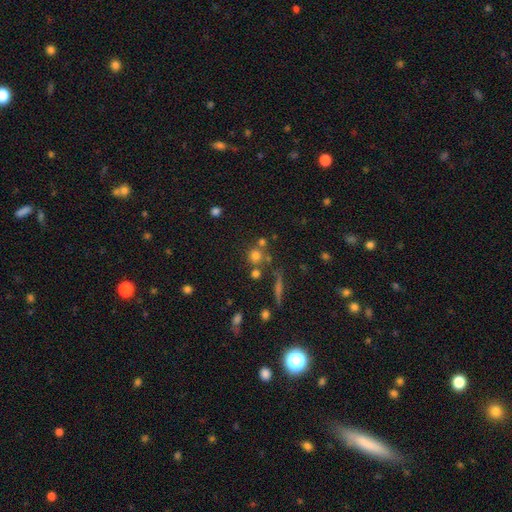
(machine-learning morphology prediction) This is likely a smooth galaxy (70%). How rounded: clearly round (89%). Merging: likely none (61%).